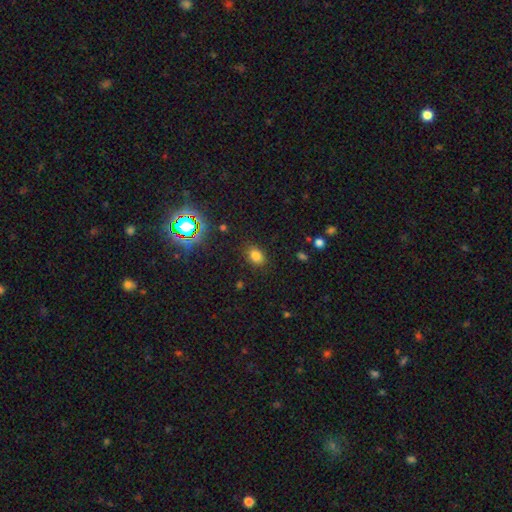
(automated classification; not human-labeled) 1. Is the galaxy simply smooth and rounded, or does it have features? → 78% smooth, 16% star or artifact, 6% featured or disk.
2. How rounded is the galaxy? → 64% in between, 35% round, 1% cigar-shaped.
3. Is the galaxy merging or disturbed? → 86% none, 10% minor disturbance, 3% major disturbance, 1% merger.